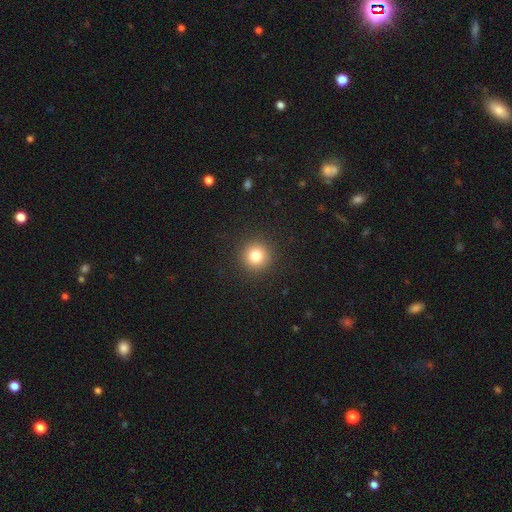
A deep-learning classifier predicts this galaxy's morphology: A smooth galaxy with no disk features (81%) that is round (95%). Merging: none (92%).